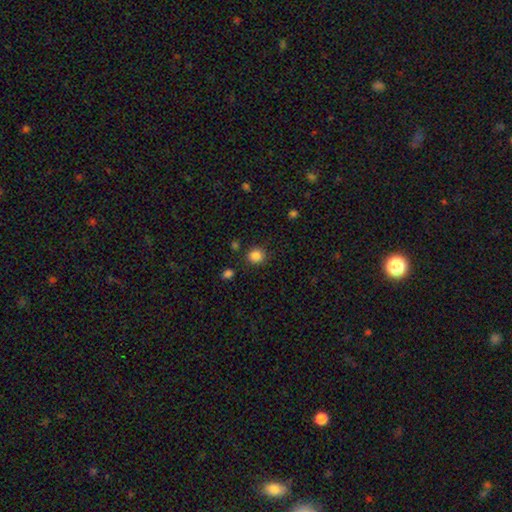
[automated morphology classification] The model was most divided on "how rounded": round: 86%, in between: 13%, cigar-shaped: 1%. More confident: smooth or featured — smooth (86%); merging — none (84%).